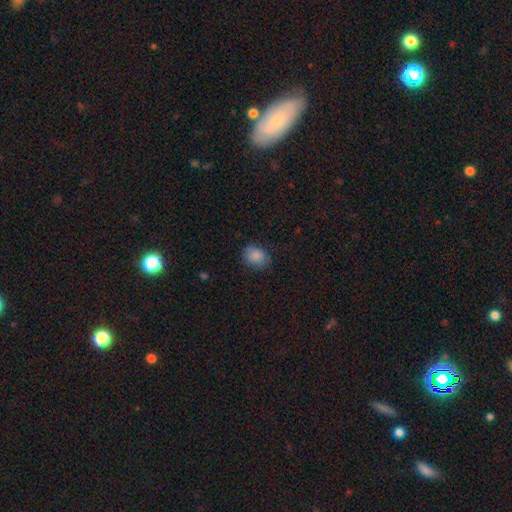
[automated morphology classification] smooth-or-featured: smooth: 87% | star or artifact: 8% | featured or disk: 5%
  how-rounded: in between: 50% | round: 49% | cigar-shaped: 1%
  merging: none: 77% | minor disturbance: 18% | major disturbance: 4% | merger: 1%